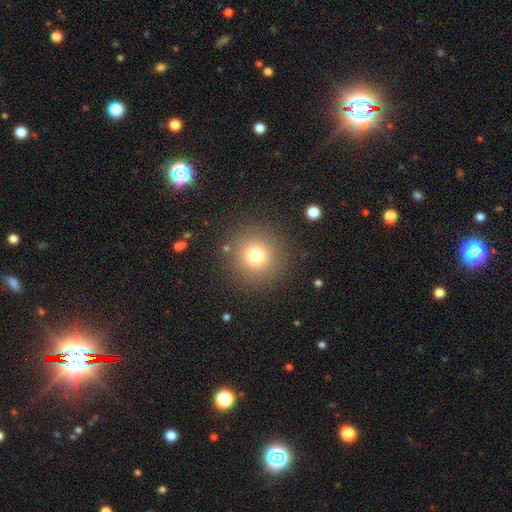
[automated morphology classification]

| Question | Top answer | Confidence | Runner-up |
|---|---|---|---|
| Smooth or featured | smooth | 76% | star or artifact (15%) |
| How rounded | round | 95% | in between (4%) |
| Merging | none | 88% | minor disturbance (6%) |